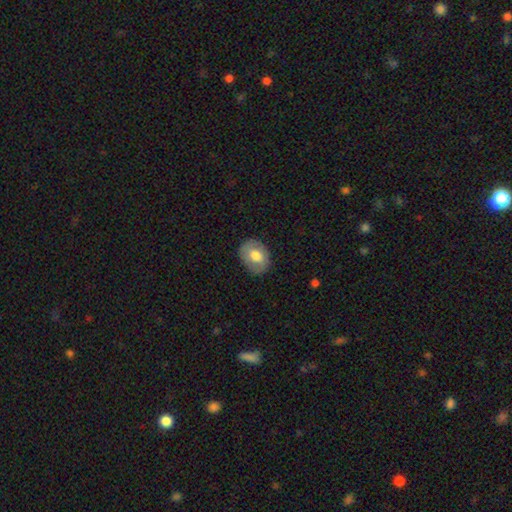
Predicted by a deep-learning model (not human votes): Q: Smooth or featured?
A: smooth (67%); runner-up: featured or disk (26%)
Q: How rounded?
A: in between (62%); runner-up: round (37%)
Q: Merging?
A: none (83%); runner-up: minor disturbance (13%)